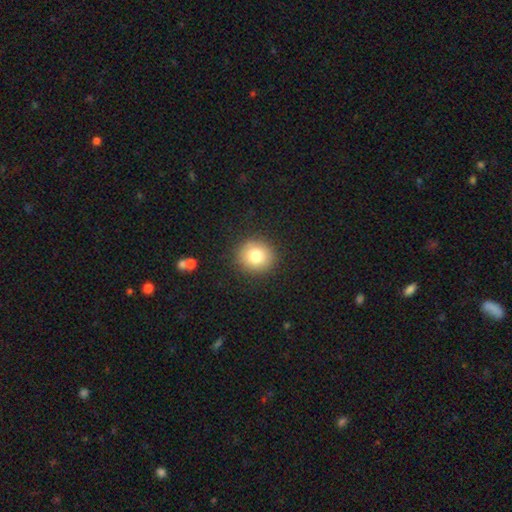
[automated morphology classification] Smooth or featured? Predicted: smooth (p=0.79). How rounded? Predicted: round (p=0.88). Merging? Predicted: none (p=0.89).